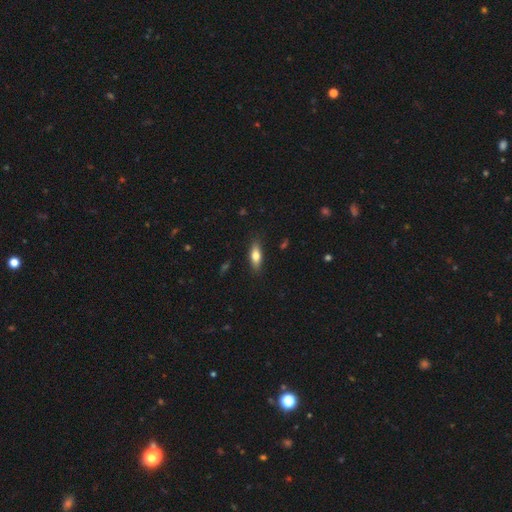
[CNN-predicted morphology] Smooth or featured? Predicted: smooth (p=0.70). How rounded? Predicted: in between (p=0.65). Merging? Predicted: none (p=0.86).